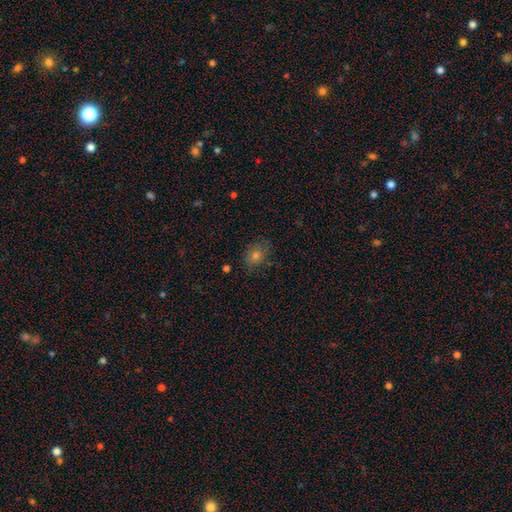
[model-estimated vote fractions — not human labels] A smooth galaxy with no disk features (63%) that is in between round and cigar-shaped (50%).

Vote fractions:
- Smooth or featured? smooth: 63% / star or artifact: 21% / featured or disk: 16%
- How rounded? in between: 50% / round: 49% / cigar-shaped: 1%
- Merging? none: 77% / minor disturbance: 17% / major disturbance: 5% / merger: 1%